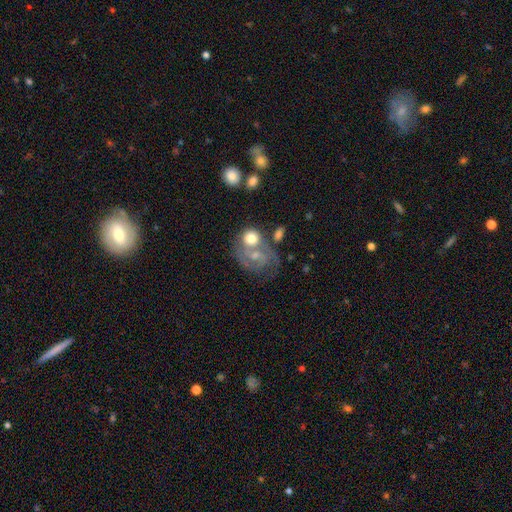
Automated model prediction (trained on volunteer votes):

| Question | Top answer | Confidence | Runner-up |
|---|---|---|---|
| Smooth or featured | featured or disk | 67% | smooth (20%) |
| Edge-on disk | no | 97% | yes (3%) |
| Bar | no | 67% | weak (27%) |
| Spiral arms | yes | 80% | no (20%) |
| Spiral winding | tight | 45% | medium (40%) |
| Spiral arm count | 2 | 48% | can't tell (29%) |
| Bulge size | moderate | 46% | small (40%) |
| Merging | none | 47% | merger (22%) |